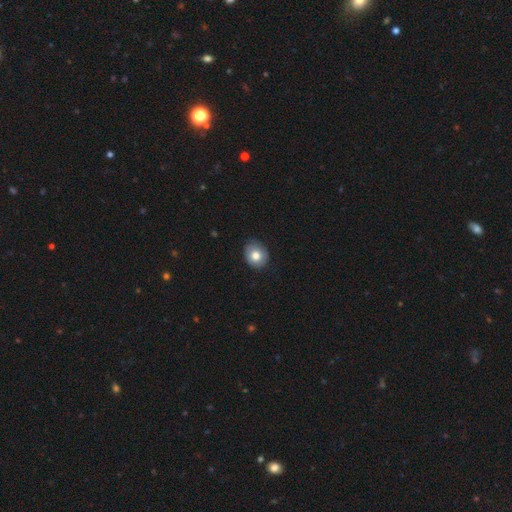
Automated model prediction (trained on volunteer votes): Morphology: type=smooth (77%); roundness=round (65%); merging=none (83%).